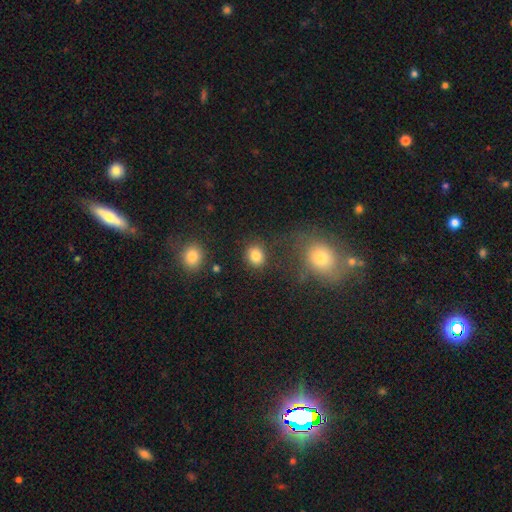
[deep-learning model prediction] The model was most divided on "how rounded": round: 64%, in between: 35%, cigar-shaped: 1%. More confident: smooth or featured — smooth (84%); merging — none (82%).